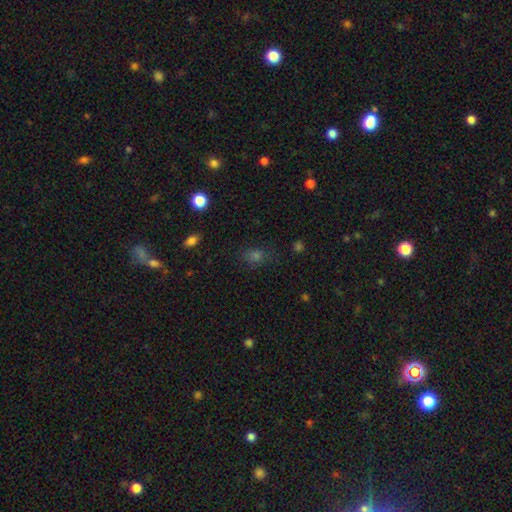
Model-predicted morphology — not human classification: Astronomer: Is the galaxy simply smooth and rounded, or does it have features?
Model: smooth — 58%.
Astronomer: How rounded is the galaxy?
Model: in between — 59% (runner-up: round, 38%).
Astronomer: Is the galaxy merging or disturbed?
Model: none — 75%.